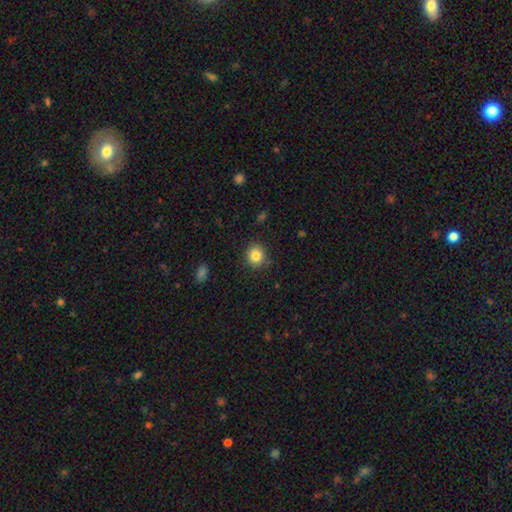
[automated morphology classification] Overall: smooth (84%). How rounded: round (84%). Merging: none (89%).